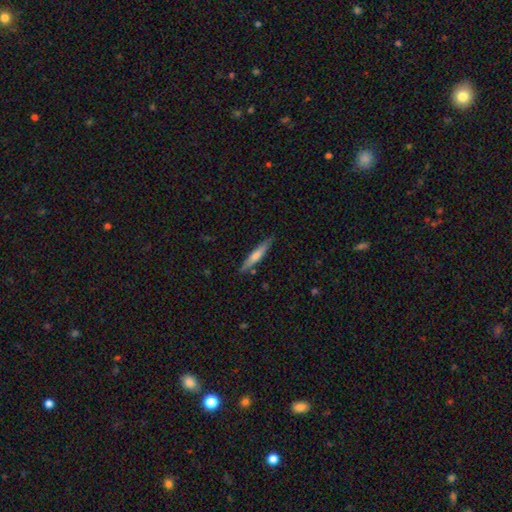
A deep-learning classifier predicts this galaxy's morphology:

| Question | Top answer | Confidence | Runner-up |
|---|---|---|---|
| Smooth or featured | smooth | 56% | featured or disk (38%) |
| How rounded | cigar-shaped | 92% | in between (7%) |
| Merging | none | 86% | minor disturbance (10%) |